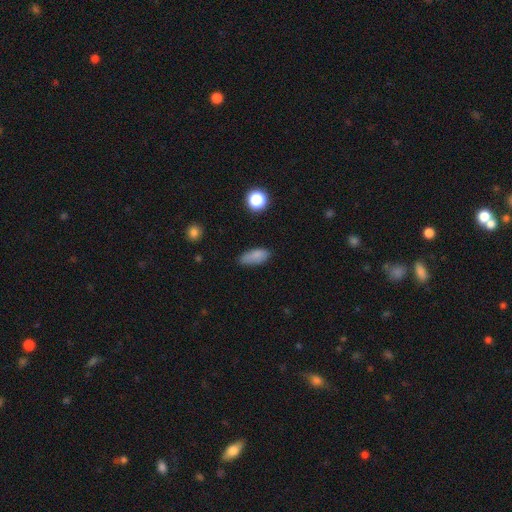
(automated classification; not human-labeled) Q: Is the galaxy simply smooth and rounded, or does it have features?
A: smooth — 83%.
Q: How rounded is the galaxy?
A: in between — 82%.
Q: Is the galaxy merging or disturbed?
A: none — 72%.